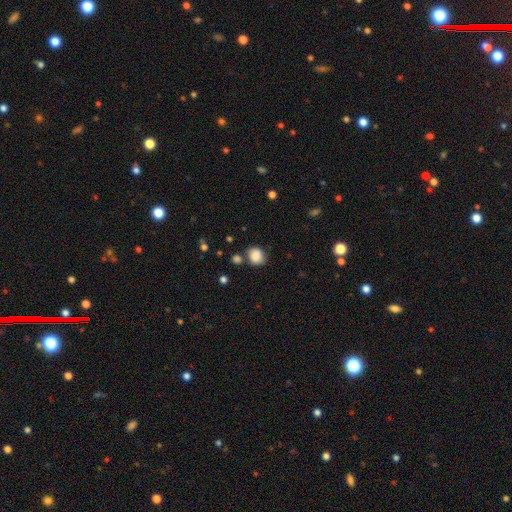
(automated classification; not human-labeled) Smooth or featured: smooth — 84% (star or artifact — 9%)
How rounded: round — 68% (in between — 31%)
Merging: none — 67% (minor disturbance — 18%)